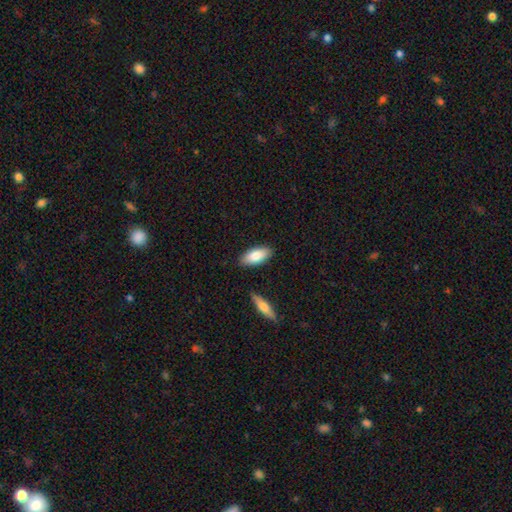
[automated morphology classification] smooth 81%, featured or disk 13%, star or artifact 6%. Down the decision tree: how rounded — in between (85%); merging — none (86%).